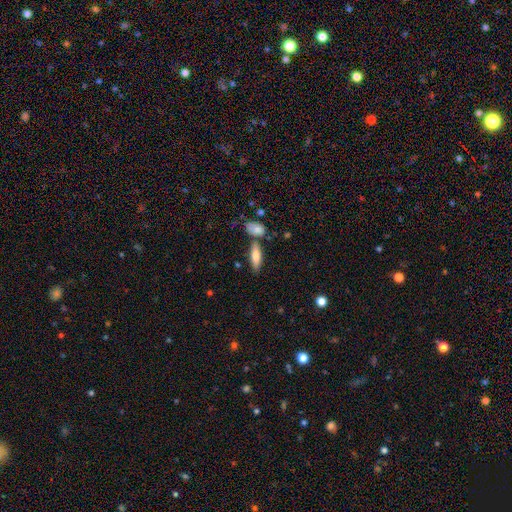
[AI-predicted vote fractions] A smooth galaxy with no disk features (77%) that is in between round and cigar-shaped (56%). Merging: none (66%).